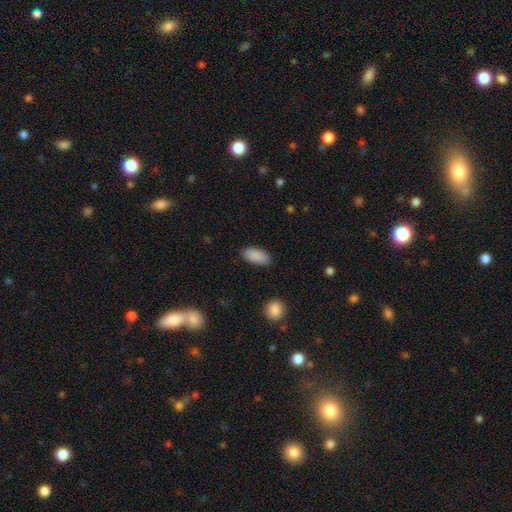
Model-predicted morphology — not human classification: type=smooth (89%); roundness=in between (91%); merging=none (87%).